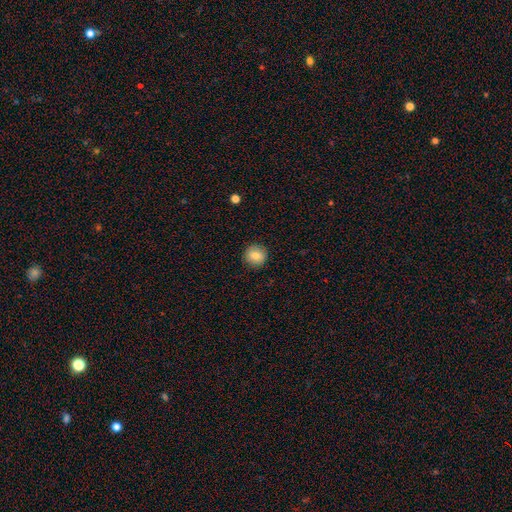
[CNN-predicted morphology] type=smooth (82%); roundness=round (94%); merging=none (91%).